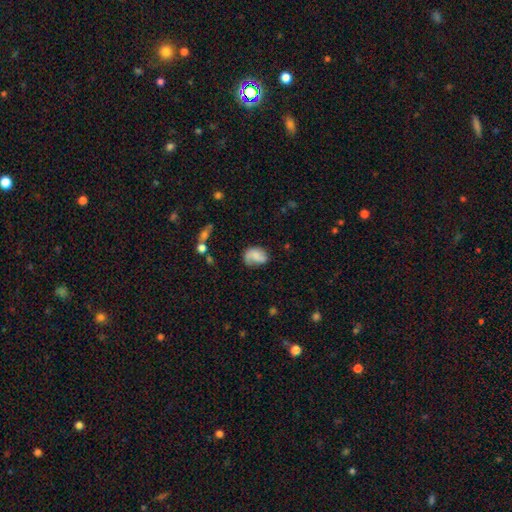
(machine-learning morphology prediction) A smooth galaxy with no disk features (61%) that is in between round and cigar-shaped (73%). Merging: none (47%).